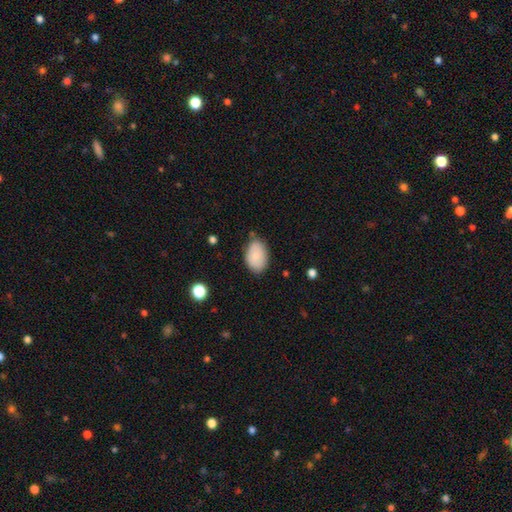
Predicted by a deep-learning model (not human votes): smooth 83%, featured or disk 10%, star or artifact 7%. Down the decision tree: how rounded — in between (89%); merging — none (73%).